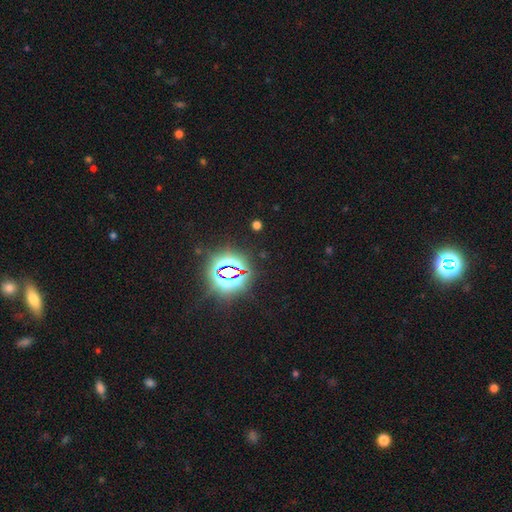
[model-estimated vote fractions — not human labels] This appears to be a star or artifact, not a galaxy (82%).